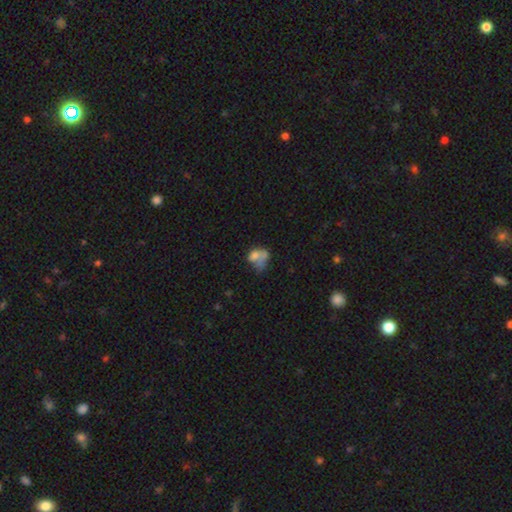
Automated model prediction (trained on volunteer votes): smooth-or-featured: smooth: 61% | featured or disk: 26% | star or artifact: 13%
  how-rounded: in between: 67% | round: 31% | cigar-shaped: 2%
  merging: merger: 33% | major disturbance: 28% | none: 20% | minor disturbance: 18%